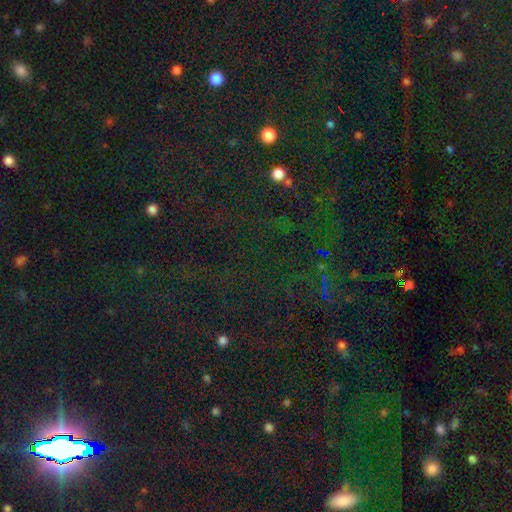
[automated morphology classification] A star or artifact, not a galaxy (79%).

Vote fractions:
- Smooth or featured? star or artifact: 79% / smooth: 13% / featured or disk: 8%